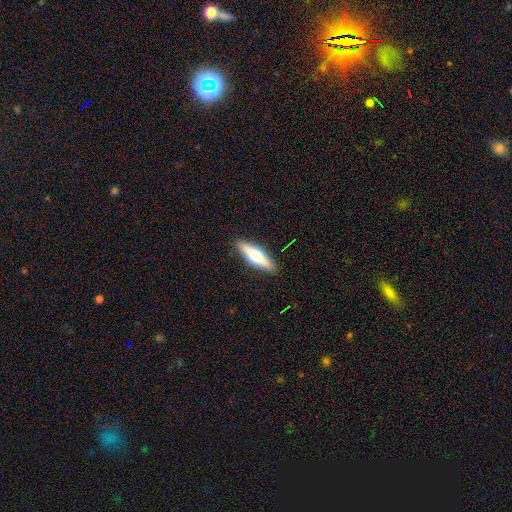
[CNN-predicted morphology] Smooth or featured: featured or disk — 49% (smooth — 45%)
Merging: none — 90% (minor disturbance — 7%)